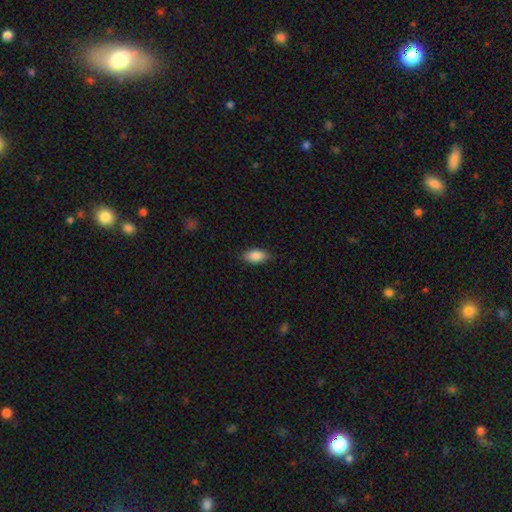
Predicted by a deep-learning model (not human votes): This is clearly a smooth galaxy (87%). How rounded: clearly in between (91%). Merging: clearly none (82%).